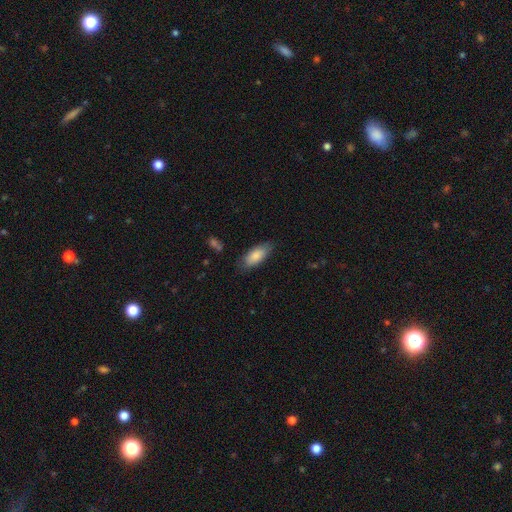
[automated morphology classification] A smooth galaxy with no disk features (85%) that is in between round and cigar-shaped (83%). Merging: none (79%).